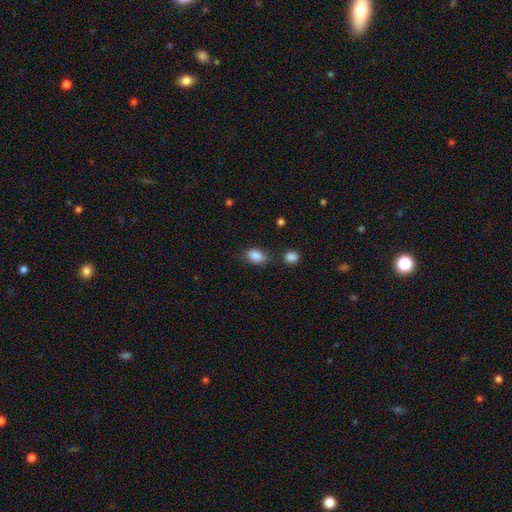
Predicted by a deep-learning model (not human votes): This is clearly a smooth galaxy (87%). How rounded: clearly in between (84%). Merging: likely none (67%).